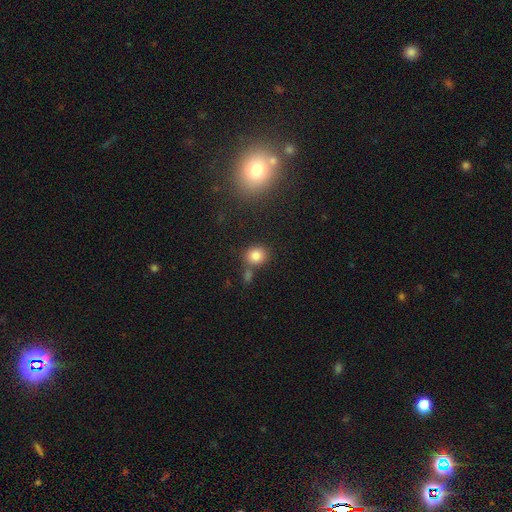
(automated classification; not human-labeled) Q: Smooth or featured?
A: smooth (82%); runner-up: star or artifact (12%)
Q: How rounded?
A: round (76%); runner-up: in between (23%)
Q: Merging?
A: none (68%); runner-up: merger (16%)